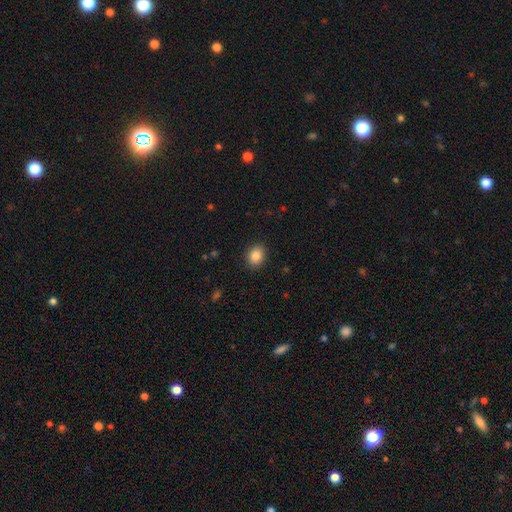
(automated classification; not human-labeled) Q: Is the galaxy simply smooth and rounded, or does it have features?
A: smooth — 86%.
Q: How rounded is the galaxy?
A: round — 50%, tied with in between.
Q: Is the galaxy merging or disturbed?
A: none — 89%.